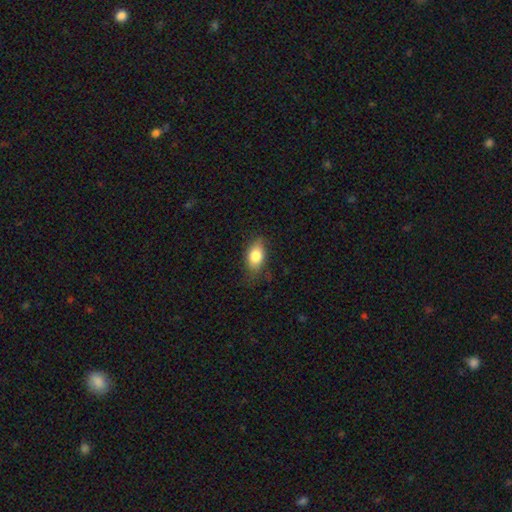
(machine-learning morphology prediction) Smooth or featured?
  - smooth: 81% *
  - featured or disk: 12%
  - star or artifact: 8%
How rounded?
  - in between: 87% *
  - round: 9%
  - cigar-shaped: 4%
Merging?
  - none: 73% *
  - minor disturbance: 21%
  - major disturbance: 5%
  - merger: 1%